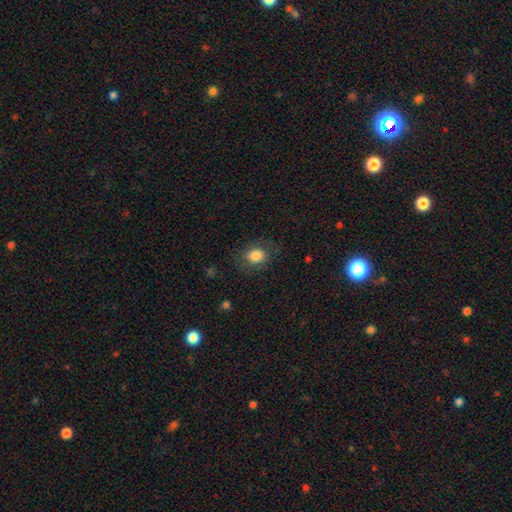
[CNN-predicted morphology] Smooth or featured: smooth — 79% (featured or disk — 12%)
How rounded: in between — 50% (round — 49%)
Merging: none — 76% (minor disturbance — 15%)